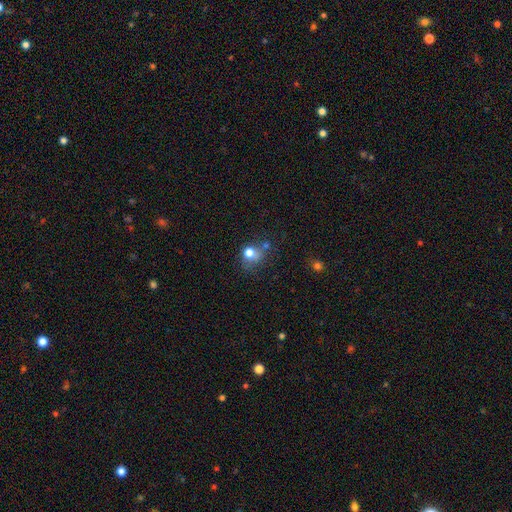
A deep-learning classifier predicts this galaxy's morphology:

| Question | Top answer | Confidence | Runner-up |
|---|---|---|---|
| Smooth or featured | smooth | 64% | star or artifact (22%) |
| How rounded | round | 78% | in between (21%) |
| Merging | none | 50% | merger (23%) |